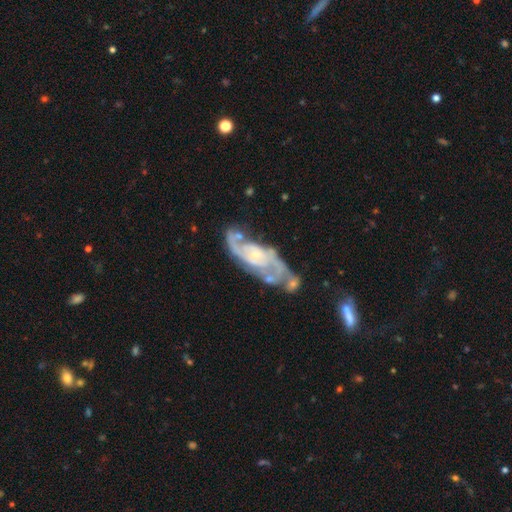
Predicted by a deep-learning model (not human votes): smooth-or-featured: featured or disk: 87% | smooth: 7% | star or artifact: 6%
  disk-edge-on: no: 93% | yes: 7%
    bar: no: 59% | weak: 32% | strong: 9%
    has-spiral-arms: yes: 95% | no: 5%
      spiral-winding: medium: 46% | tight: 35% | loose: 18%
      spiral-arm-count: 2: 72% | can't tell: 14% | 3: 6% | 1: 3% | 4: 2% | more than 4: 2%
    bulge-size: small: 67% | moderate: 23% | none: 6% | large: 2% | dominant: 1%
  merging: none: 51% | minor disturbance: 22% | major disturbance: 15% | merger: 13%